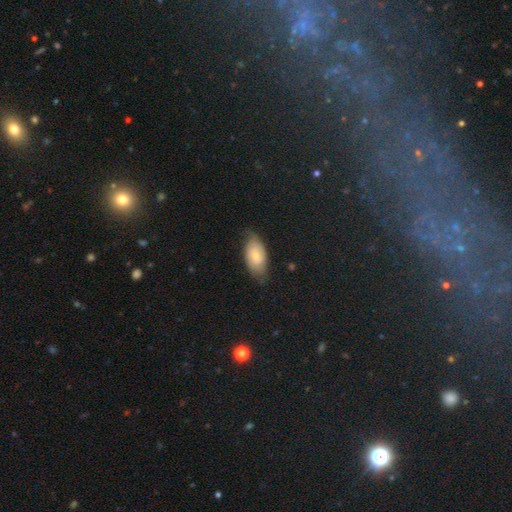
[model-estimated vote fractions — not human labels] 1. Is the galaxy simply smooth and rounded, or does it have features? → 58% smooth, 35% featured or disk, 7% star or artifact.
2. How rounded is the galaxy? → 92% in between, 4% round, 4% cigar-shaped.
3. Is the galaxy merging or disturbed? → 62% none, 29% minor disturbance, 7% major disturbance, 1% merger.